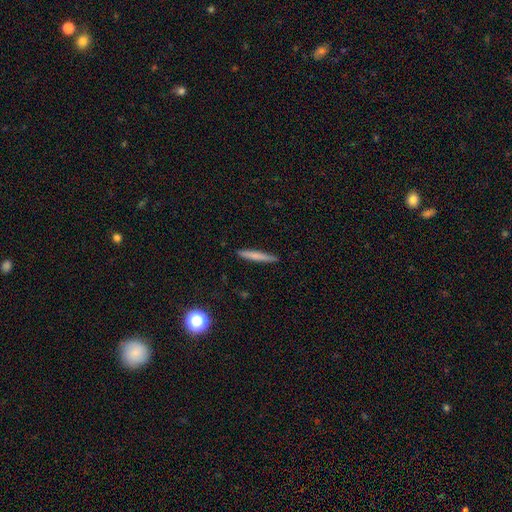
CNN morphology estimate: Smooth or featured? Predicted: smooth (p=0.71). How rounded? Predicted: cigar-shaped (p=0.95). Merging? Predicted: none (p=0.90).